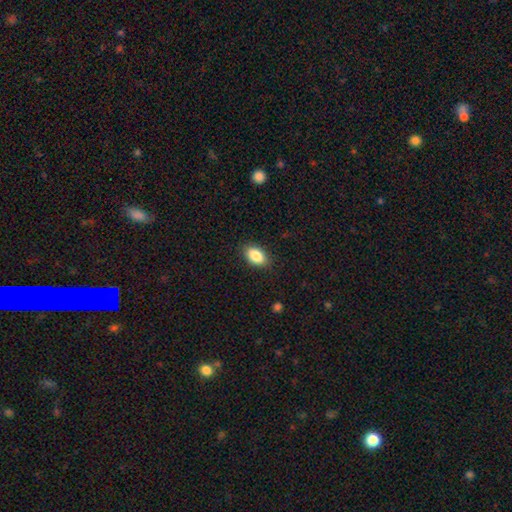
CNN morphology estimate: Q: Smooth or featured?
A: smooth (87%); runner-up: star or artifact (8%)
Q: How rounded?
A: in between (89%); runner-up: round (9%)
Q: Merging?
A: none (87%); runner-up: minor disturbance (9%)